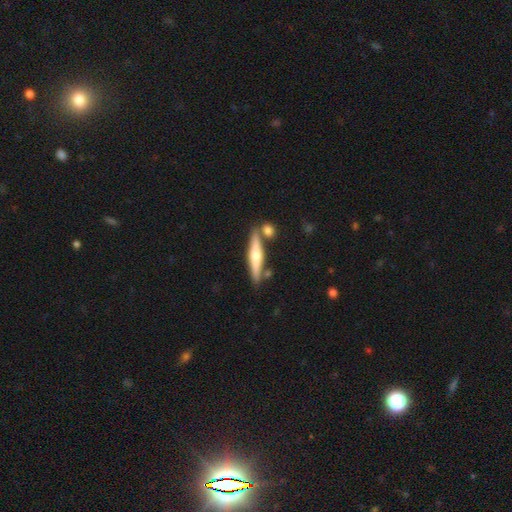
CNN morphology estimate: Smooth or featured?
  - featured or disk: 56% *
  - smooth: 38%
  - star or artifact: 6%
Edge-on disk?
  - yes: 96% *
  - no: 4%
Edge-on bulge?
  - rounded: 85% *
  - none: 8%
  - boxy: 7%
Merging?
  - none: 77% *
  - merger: 11%
  - minor disturbance: 10%
  - major disturbance: 2%